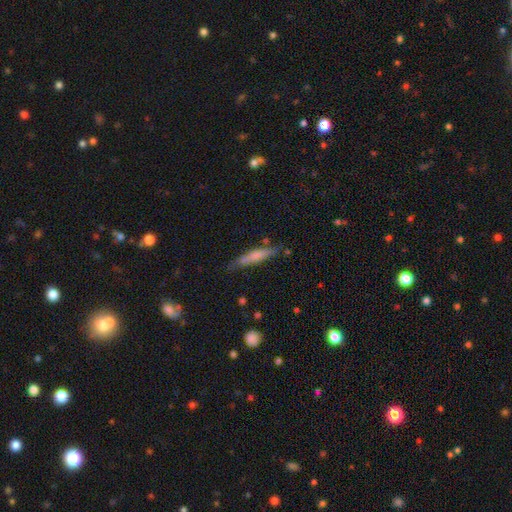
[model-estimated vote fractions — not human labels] Smooth or featured? smooth (60%)
How rounded? cigar-shaped (90%)
Merging? none (74%)